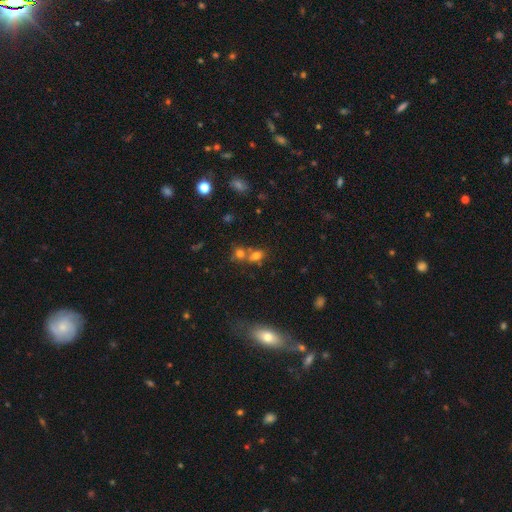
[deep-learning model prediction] smooth 69%, star or artifact 19%, featured or disk 13%. Down the decision tree: how rounded — in between (51%); merging — merger (53%).